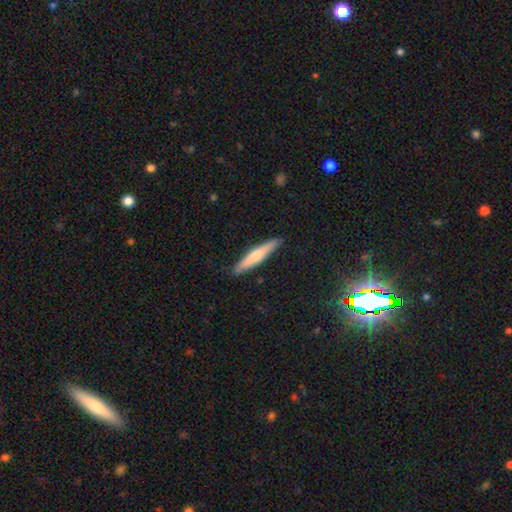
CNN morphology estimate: Smooth or featured?
  - smooth: 55% *
  - featured or disk: 40%
  - star or artifact: 5%
How rounded?
  - cigar-shaped: 91% *
  - in between: 8%
  - round: 1%
Merging?
  - none: 90% *
  - minor disturbance: 7%
  - major disturbance: 1%
  - merger: 1%